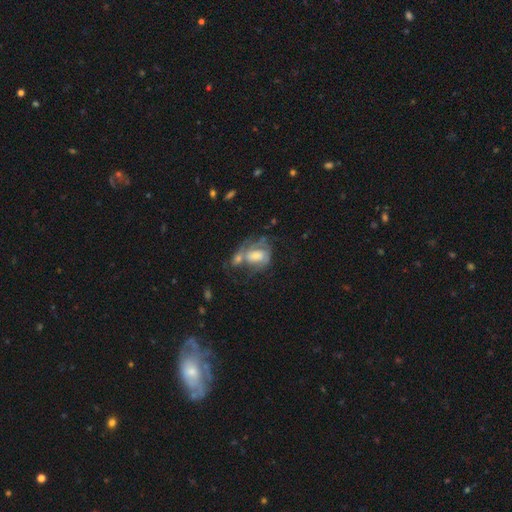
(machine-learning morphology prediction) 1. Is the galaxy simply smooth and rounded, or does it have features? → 61% featured or disk, 31% smooth, 8% star or artifact.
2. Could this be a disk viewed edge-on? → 97% no, 3% yes.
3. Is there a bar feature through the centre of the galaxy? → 55% no, 35% weak, 10% strong.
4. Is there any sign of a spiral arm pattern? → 72% yes, 28% no.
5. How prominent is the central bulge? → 43% moderate, 28% small, 19% large, 8% none, 3% dominant.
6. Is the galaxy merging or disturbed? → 39% merger, 23% none, 22% major disturbance, 16% minor disturbance.